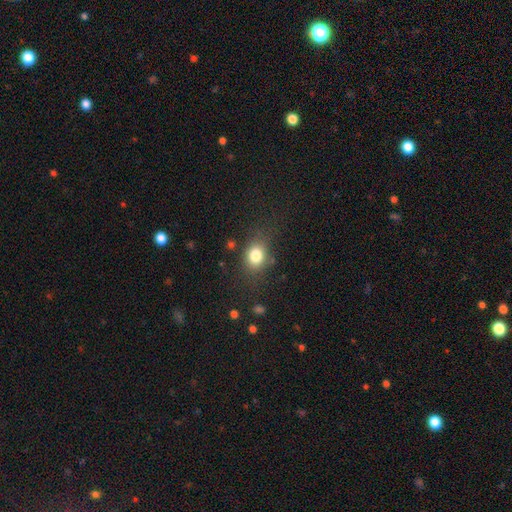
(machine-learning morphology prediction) Overall: smooth (81%). How rounded: round (50%; in between 49%). Merging: none (75%).